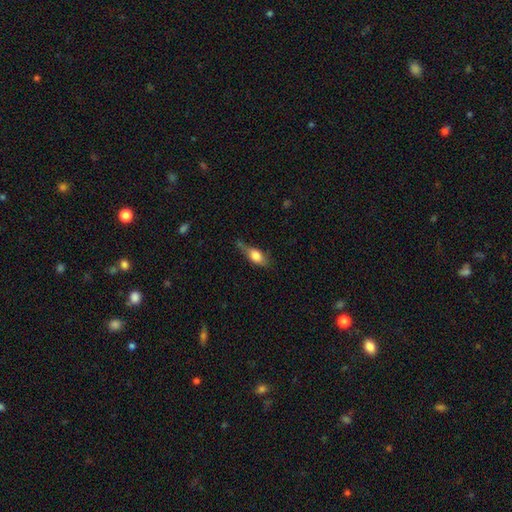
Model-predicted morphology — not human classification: Q: Smooth or featured?
A: smooth (72%); runner-up: featured or disk (20%)
Q: How rounded?
A: in between (76%); runner-up: cigar-shaped (16%)
Q: Merging?
A: none (42%); runner-up: minor disturbance (37%)